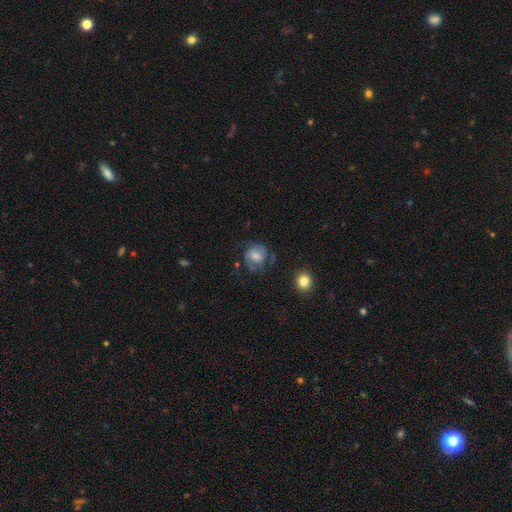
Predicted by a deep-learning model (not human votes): This is possibly a featured or disk galaxy (54%). It is clearly not viewed edge-on (98%). Bar: likely no (60%). Spiral arm pattern: clearly yes (83%). Central bulge: possibly moderate (50%). Merging: possibly none (59%).